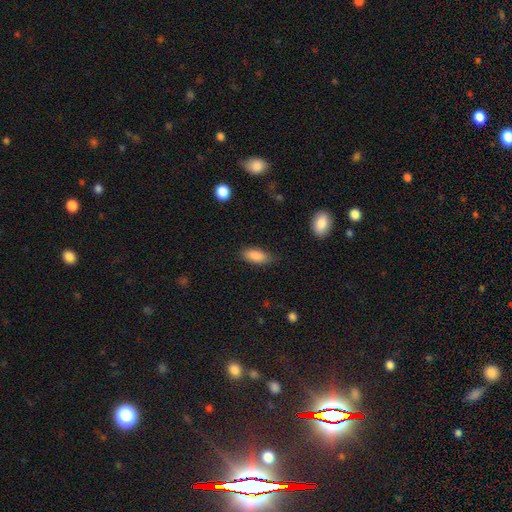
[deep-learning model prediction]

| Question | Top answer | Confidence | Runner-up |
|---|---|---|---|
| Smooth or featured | smooth | 87% | star or artifact (7%) |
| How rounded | in between | 83% | cigar-shaped (15%) |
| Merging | none | 76% | minor disturbance (19%) |